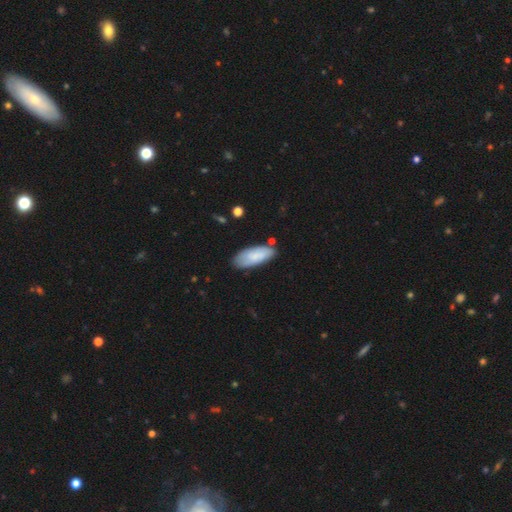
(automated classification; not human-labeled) This is likely a smooth galaxy (74%). How rounded: likely in between (78%). Merging: likely none (74%).